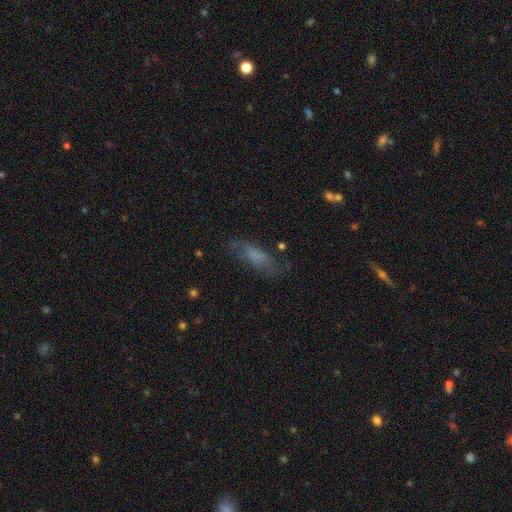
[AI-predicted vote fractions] smooth 62%, featured or disk 27%, star or artifact 11%. Down the decision tree: how rounded — in between (56%); merging — none (64%).